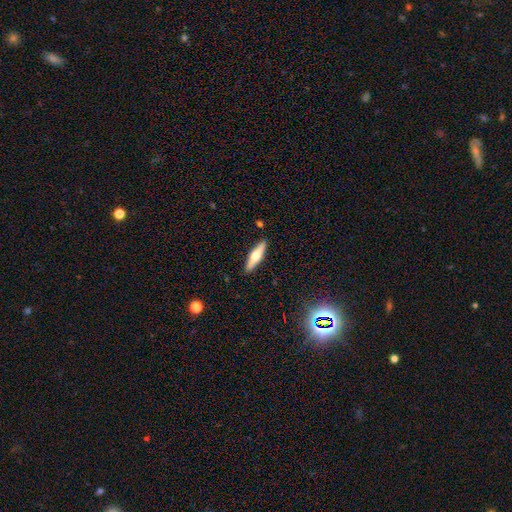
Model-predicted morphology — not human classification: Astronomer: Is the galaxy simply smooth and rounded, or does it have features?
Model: featured or disk — 48% (runner-up: smooth, 46%).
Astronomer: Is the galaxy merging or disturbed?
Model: none — 89%.